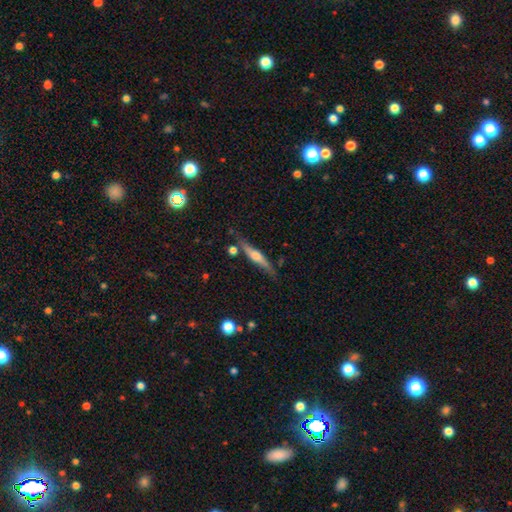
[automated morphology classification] featured or disk 66%, smooth 28%, star or artifact 6%. Down the decision tree: edge-on disk — yes (95%); edge-on bulge — rounded (86%); merging — none (77%).